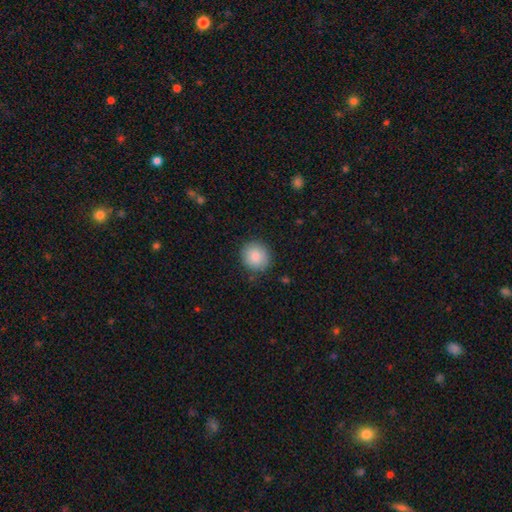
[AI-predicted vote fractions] Q: Smooth or featured?
A: smooth (86%); runner-up: star or artifact (8%)
Q: How rounded?
A: round (90%); runner-up: in between (9%)
Q: Merging?
A: none (88%); runner-up: minor disturbance (9%)